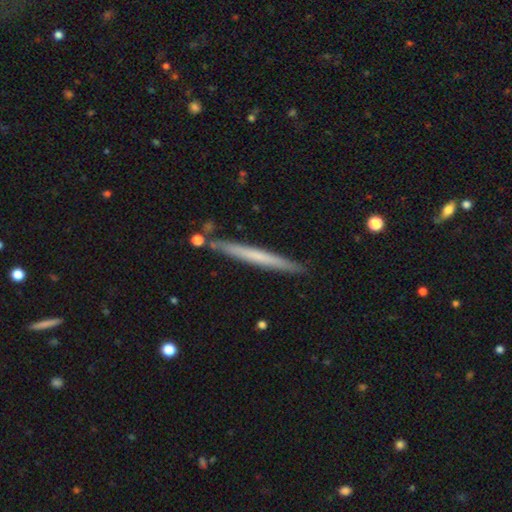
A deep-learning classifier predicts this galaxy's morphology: Smooth or featured?
  - smooth: 53% *
  - featured or disk: 42%
  - star or artifact: 5%
How rounded?
  - cigar-shaped: 97% *
  - in between: 2%
  - round: 1%
Merging?
  - none: 86% *
  - minor disturbance: 9%
  - merger: 3%
  - major disturbance: 2%